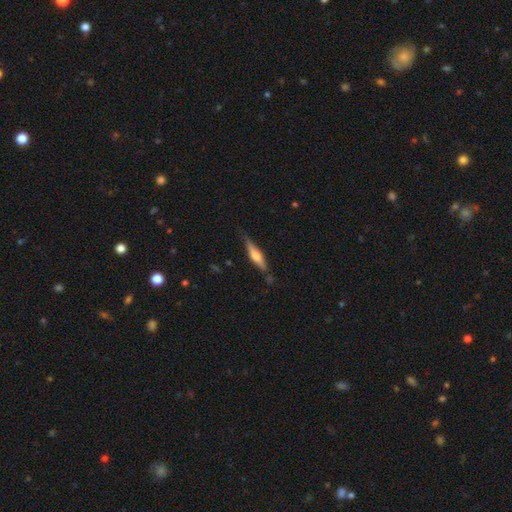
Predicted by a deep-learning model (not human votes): Smooth or featured? Predicted: featured or disk (p=0.53). Edge-on disk? Predicted: yes (p=0.94). Edge-on bulge? Predicted: rounded (p=0.80). Merging? Predicted: none (p=0.73).